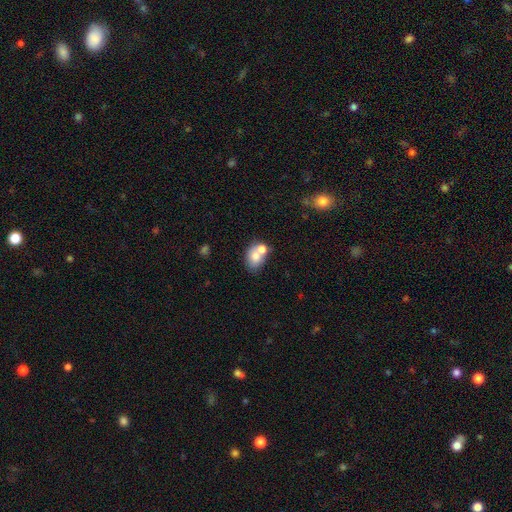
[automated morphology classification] Q: Smooth or featured?
A: smooth (72%); runner-up: featured or disk (18%)
Q: How rounded?
A: in between (67%); runner-up: round (32%)
Q: Merging?
A: merger (45%); runner-up: none (38%)